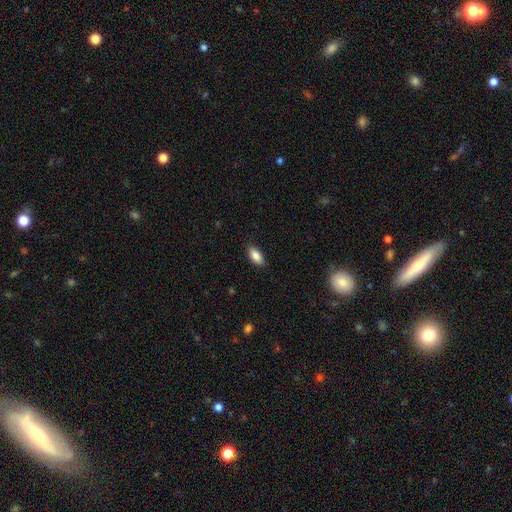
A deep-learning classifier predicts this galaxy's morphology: The model was most divided on "merging": none: 87%, minor disturbance: 10%, major disturbance: 2%, merger: 1%. More confident: how rounded — in between (92%); smooth or featured — smooth (87%).